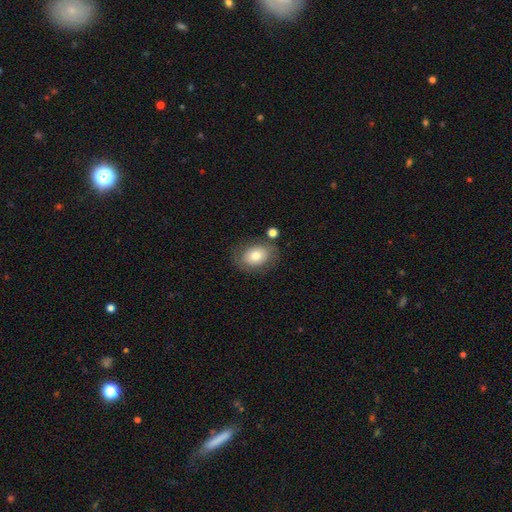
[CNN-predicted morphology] smooth_or_featured: smooth (p=0.72) [alt: featured or disk p=0.20]
how_rounded: in between (p=0.70) [alt: round p=0.29]
merging: none (p=0.72) [alt: minor disturbance p=0.16]